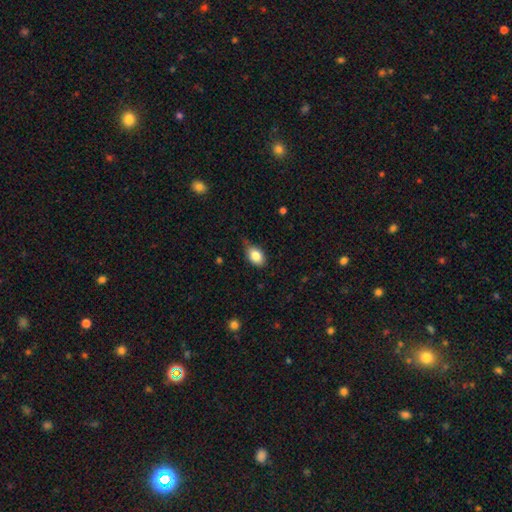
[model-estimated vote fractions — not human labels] smooth-or-featured: smooth: 83% | featured or disk: 9% | star or artifact: 8%
  how-rounded: in between: 83% | round: 15% | cigar-shaped: 2%
  merging: none: 63% | minor disturbance: 30% | major disturbance: 6% | merger: 2%